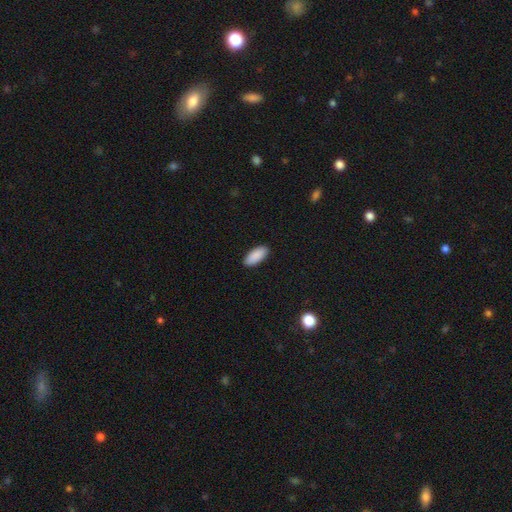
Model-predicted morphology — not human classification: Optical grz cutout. It shows a smooth galaxy with no disk features (91%) that is in between round and cigar-shaped (89%). Merging: none (90%).